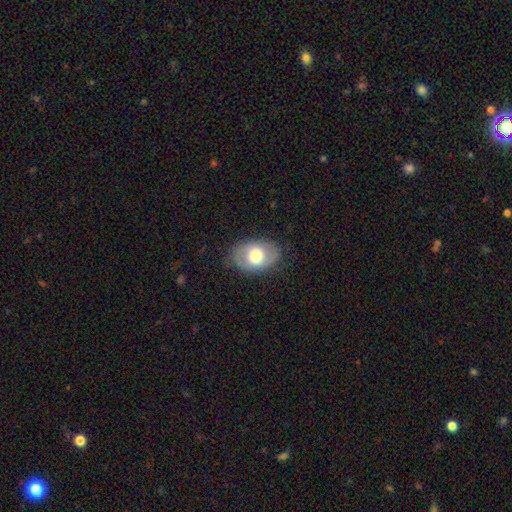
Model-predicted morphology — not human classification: This appears to be a smooth galaxy with no disk features (61%) that is in between round and cigar-shaped (84%). Merging: none (77%).